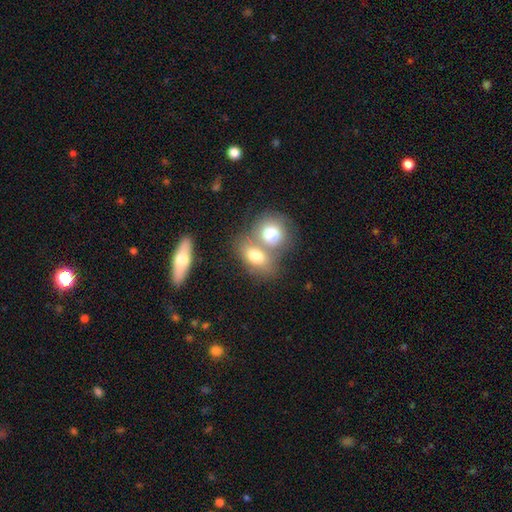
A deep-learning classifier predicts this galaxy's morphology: Smooth or featured?
  - smooth: 71% *
  - featured or disk: 18%
  - star or artifact: 10%
How rounded?
  - in between: 62% *
  - round: 36%
  - cigar-shaped: 2%
Merging?
  - merger: 52% *
  - none: 34%
  - minor disturbance: 9%
  - major disturbance: 5%